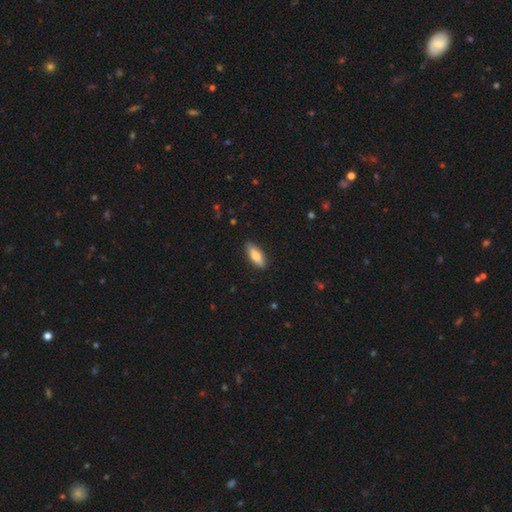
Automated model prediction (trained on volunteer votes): Smooth or featured: smooth — 72% (featured or disk — 22%)
How rounded: in between — 65% (cigar-shaped — 32%)
Merging: none — 88% (minor disturbance — 10%)